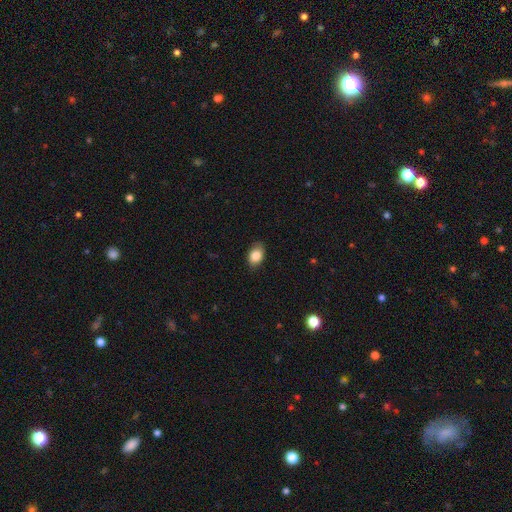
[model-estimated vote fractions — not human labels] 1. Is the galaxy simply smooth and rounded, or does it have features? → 86% smooth, 8% star or artifact, 7% featured or disk.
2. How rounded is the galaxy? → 81% in between, 17% round, 1% cigar-shaped.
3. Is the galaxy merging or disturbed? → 81% none, 15% minor disturbance, 3% major disturbance, 1% merger.